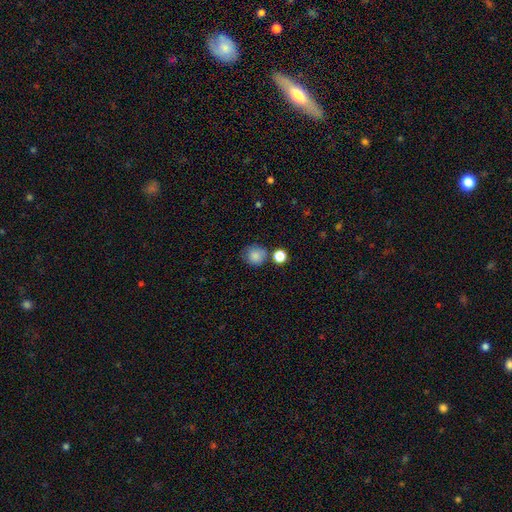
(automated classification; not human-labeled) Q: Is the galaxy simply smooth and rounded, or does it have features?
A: smooth — 85%.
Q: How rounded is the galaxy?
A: round — 87%.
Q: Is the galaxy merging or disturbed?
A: none — 71%.